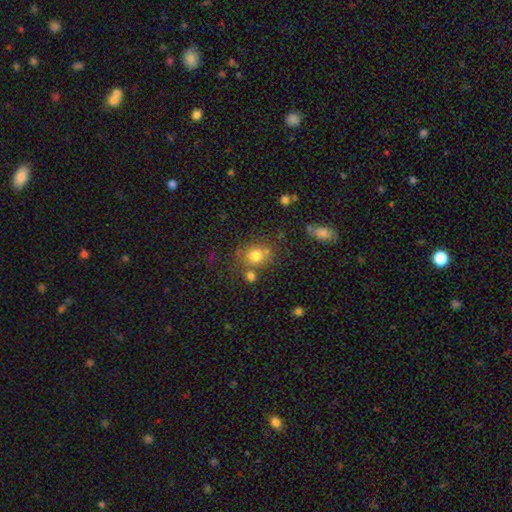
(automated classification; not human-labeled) This is likely a smooth galaxy (76%). How rounded: likely round (76%). Merging: likely none (64%).